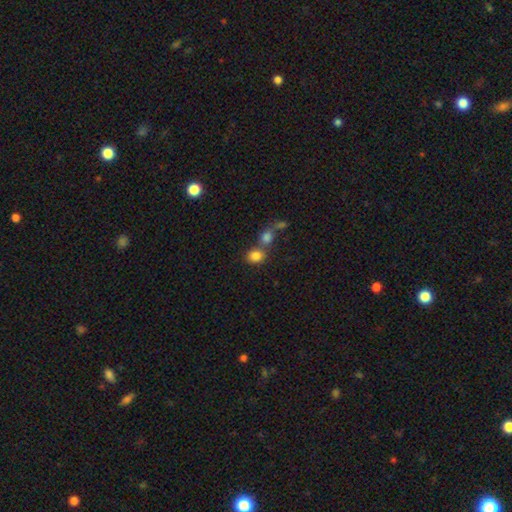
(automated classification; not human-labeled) smooth_or_featured: smooth (p=0.82) [alt: star or artifact p=0.11]
how_rounded: round (p=0.69) [alt: in between p=0.30]
merging: none (p=0.46) [alt: merger p=0.41]